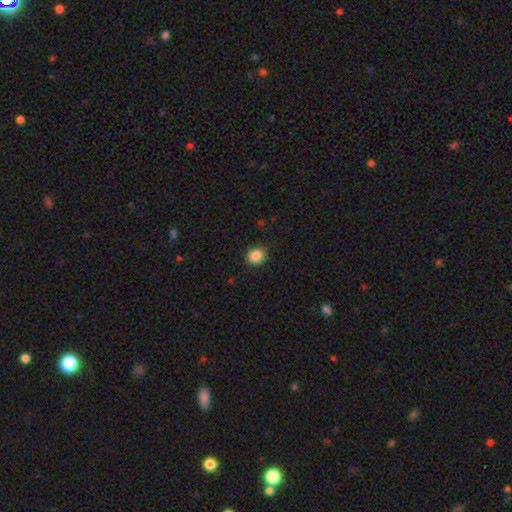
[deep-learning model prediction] Q: Smooth or featured?
A: smooth (87%); runner-up: star or artifact (10%)
Q: How rounded?
A: round (75%); runner-up: in between (24%)
Q: Merging?
A: none (88%); runner-up: minor disturbance (9%)